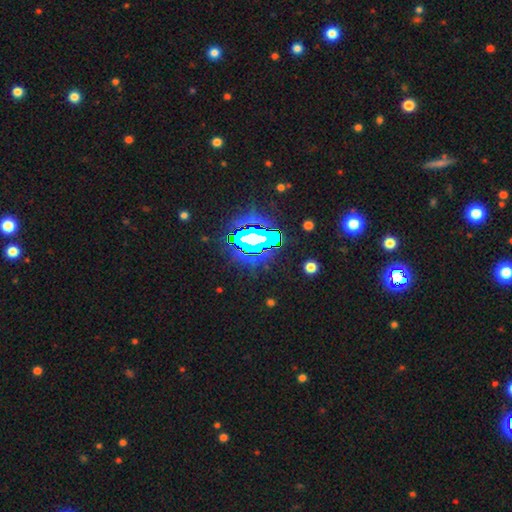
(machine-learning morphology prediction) Q: Smooth or featured?
A: star or artifact (82%); runner-up: smooth (10%)